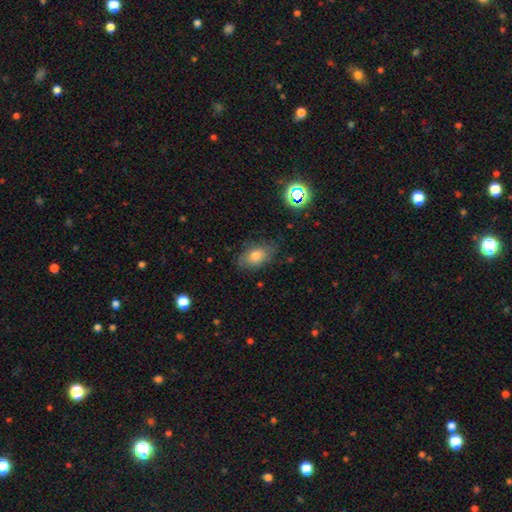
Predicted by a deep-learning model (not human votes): Smooth or featured? Predicted: smooth (p=0.71). How rounded? Predicted: in between (p=0.84). Merging? Predicted: none (p=0.73).